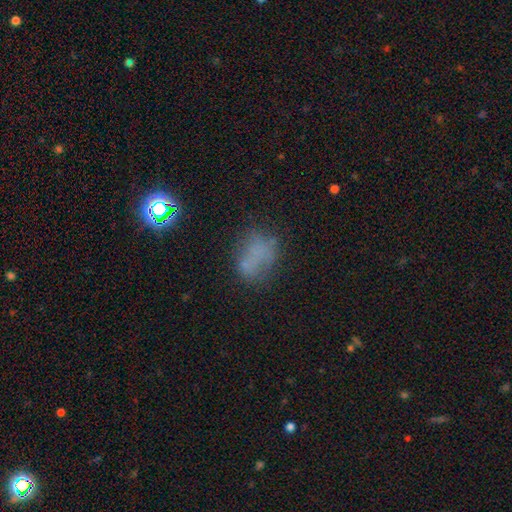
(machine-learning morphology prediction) Q: Smooth or featured?
A: smooth (53%); runner-up: featured or disk (25%)
Q: How rounded?
A: in between (65%); runner-up: round (32%)
Q: Merging?
A: none (53%); runner-up: minor disturbance (22%)